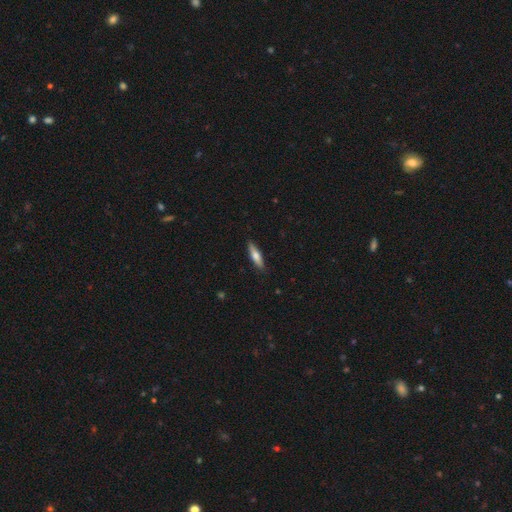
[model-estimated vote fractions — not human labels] Overall: smooth (59%; featured or disk 35%). How rounded: cigar-shaped (73%). Merging: none (88%).